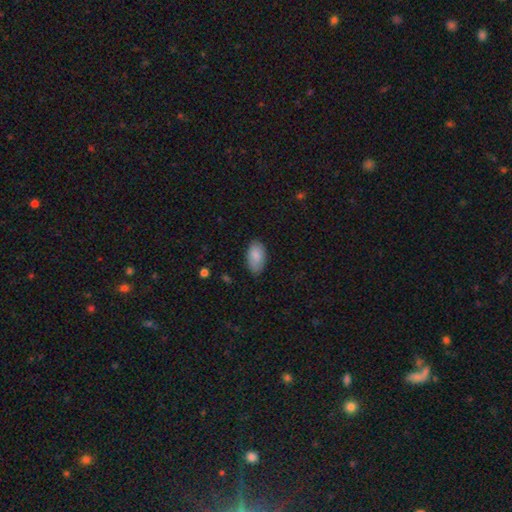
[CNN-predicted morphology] A smooth galaxy with no disk features (87%) that is in between round and cigar-shaped (95%). Merging: none (79%).